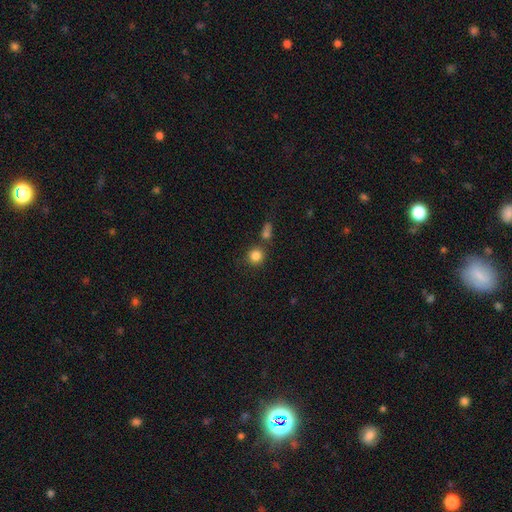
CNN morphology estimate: The model was most divided on "merging": none: 73%, merger: 15%, minor disturbance: 9%, major disturbance: 4%. More confident: how rounded — round (91%); smooth or featured — smooth (84%).